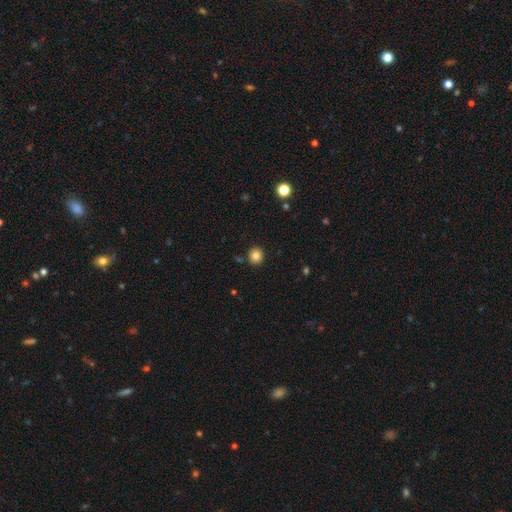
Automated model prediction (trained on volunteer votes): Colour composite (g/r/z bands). It shows a smooth galaxy with no disk features (84%) that is round (90%). Merging: none (89%).